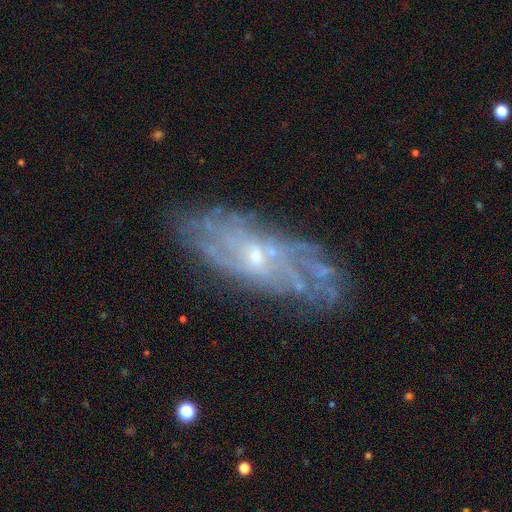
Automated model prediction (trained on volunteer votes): Smooth or featured?
  - featured or disk: 77% *
  - smooth: 14%
  - star or artifact: 9%
Edge-on disk?
  - no: 85% *
  - yes: 15%
Bar?
  - no: 62% *
  - weak: 32%
  - strong: 7%
Spiral arms?
  - yes: 76% *
  - no: 24%
Bulge size?
  - small: 74% *
  - moderate: 21%
  - none: 3%
  - large: 1%
  - dominant: 1%
Merging?
  - none: 74% *
  - minor disturbance: 16%
  - major disturbance: 7%
  - merger: 2%